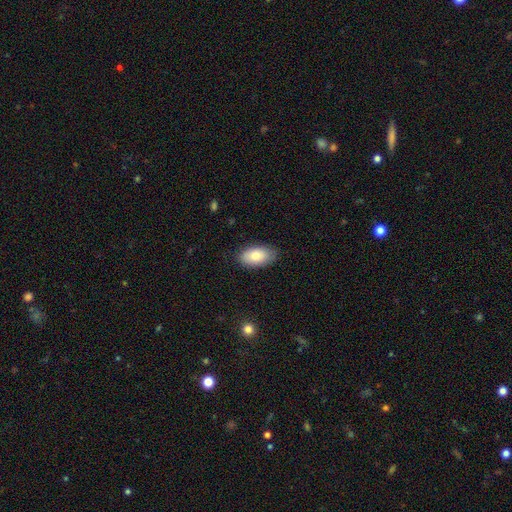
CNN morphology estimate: This appears to be a smooth galaxy with no disk features (80%) that is in between round and cigar-shaped (93%). Merging: none (84%).